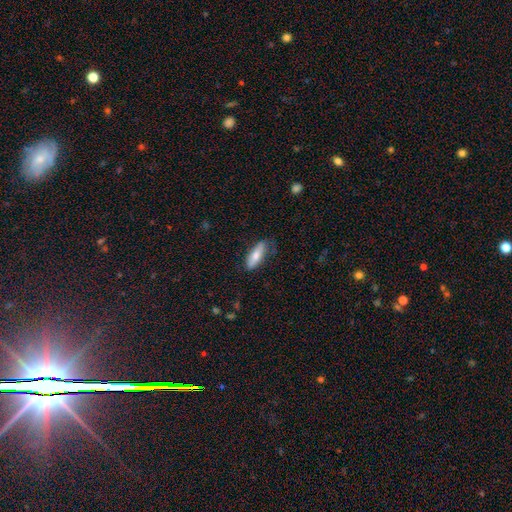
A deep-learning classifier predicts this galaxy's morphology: Overall: smooth (72%). How rounded: in between (52%; cigar-shaped 46%). Merging: none (75%).